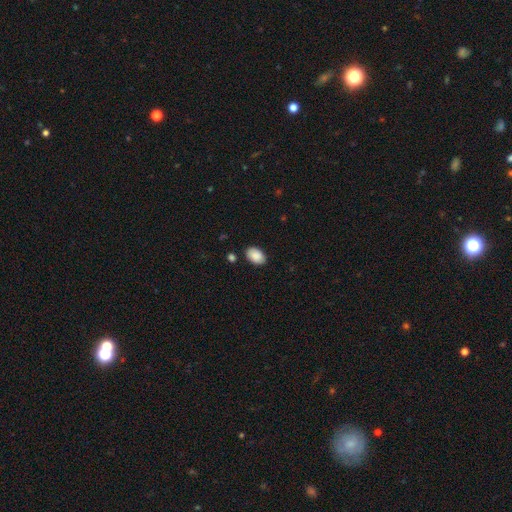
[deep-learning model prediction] This is clearly a smooth galaxy (89%). How rounded: clearly in between (89%). Merging: clearly none (84%).